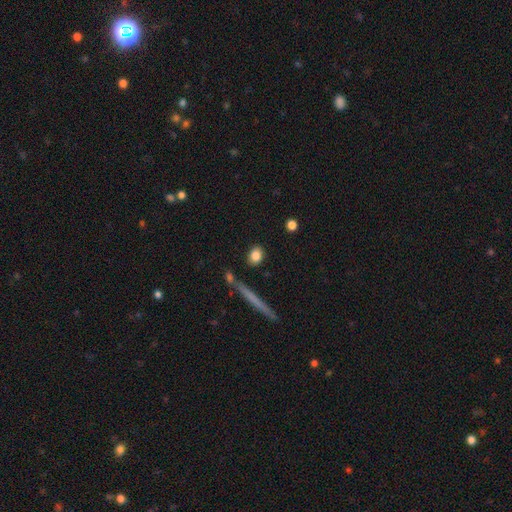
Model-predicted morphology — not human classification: Smooth or featured? smooth (84%)
How rounded? in between (62%)
Merging? none (85%)